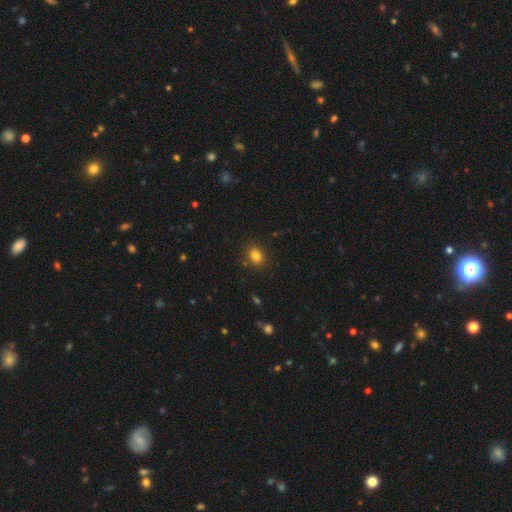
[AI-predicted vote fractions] This appears to be a smooth galaxy with no disk features (83%) that is in between round and cigar-shaped (55%). Merging: none (86%).